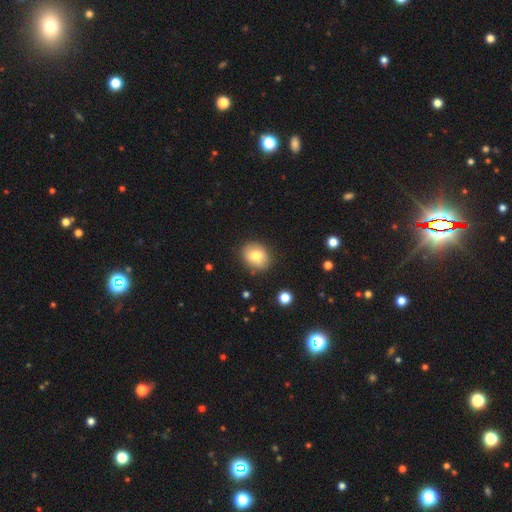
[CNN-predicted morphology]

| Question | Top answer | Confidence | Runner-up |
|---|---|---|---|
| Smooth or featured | smooth | 74% | featured or disk (17%) |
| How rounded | round | 54% | in between (45%) |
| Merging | none | 80% | minor disturbance (15%) |